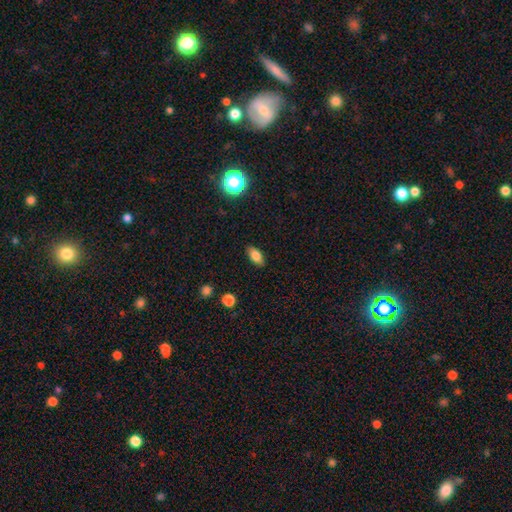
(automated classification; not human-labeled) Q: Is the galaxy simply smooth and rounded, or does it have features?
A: smooth — 80%.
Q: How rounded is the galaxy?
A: in between — 87%.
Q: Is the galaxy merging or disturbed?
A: none — 88%.